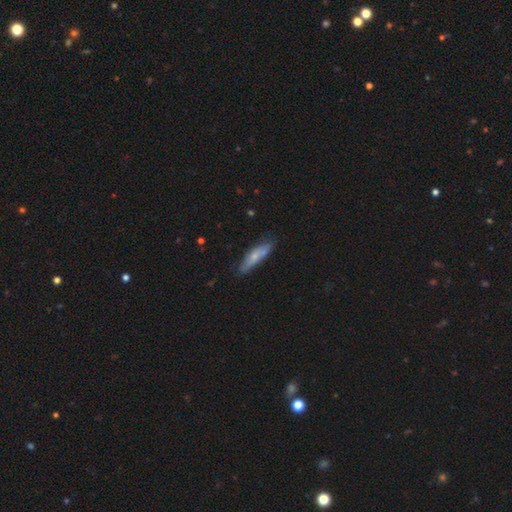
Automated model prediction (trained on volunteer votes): Smooth or featured: smooth — 57% (featured or disk — 36%)
How rounded: cigar-shaped — 75% (in between — 23%)
Merging: none — 71% (minor disturbance — 21%)